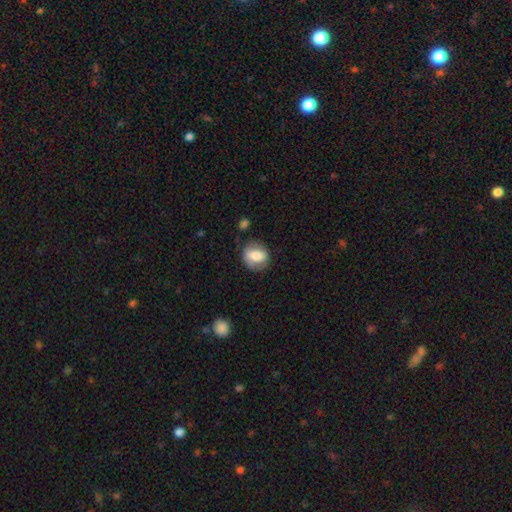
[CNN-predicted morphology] A smooth galaxy with no disk features (67%) that is round (58%).

Vote fractions:
- Smooth or featured? smooth: 67% / featured or disk: 25% / star or artifact: 7%
- How rounded? round: 58% / in between: 41% / cigar-shaped: 1%
- Merging? none: 74% / minor disturbance: 18% / major disturbance: 6% / merger: 2%